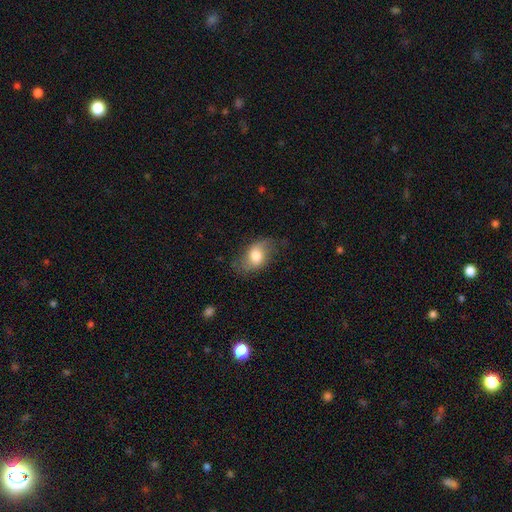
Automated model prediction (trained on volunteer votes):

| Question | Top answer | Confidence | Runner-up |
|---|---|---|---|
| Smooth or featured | smooth | 64% | featured or disk (29%) |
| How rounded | in between | 82% | round (16%) |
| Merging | none | 60% | minor disturbance (27%) |